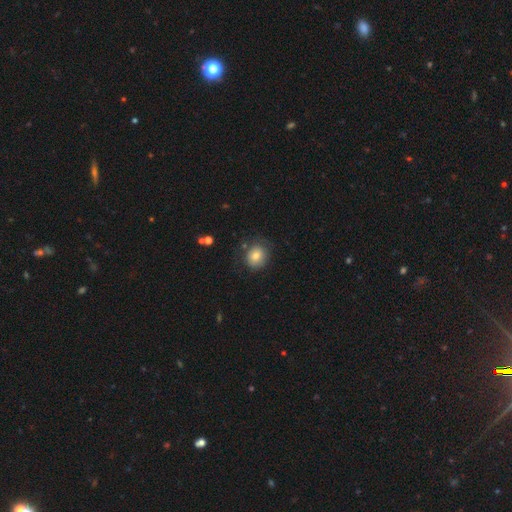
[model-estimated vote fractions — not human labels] The model was most divided on "how rounded": round: 76%, in between: 23%, cigar-shaped: 1%. More confident: smooth or featured — smooth (78%); merging — none (76%).